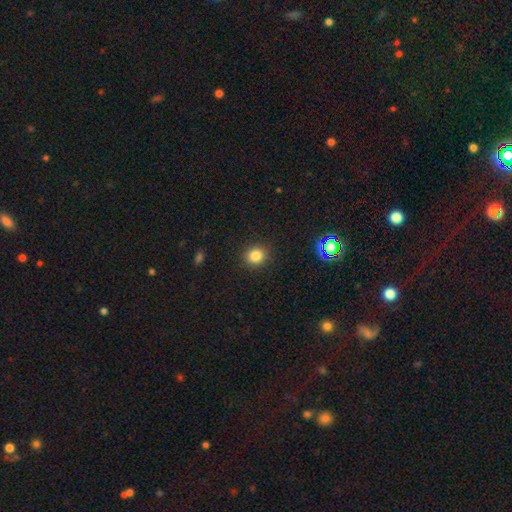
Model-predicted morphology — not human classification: This appears to be a smooth galaxy with no disk features (83%) that is round (80%). Merging: none (90%).